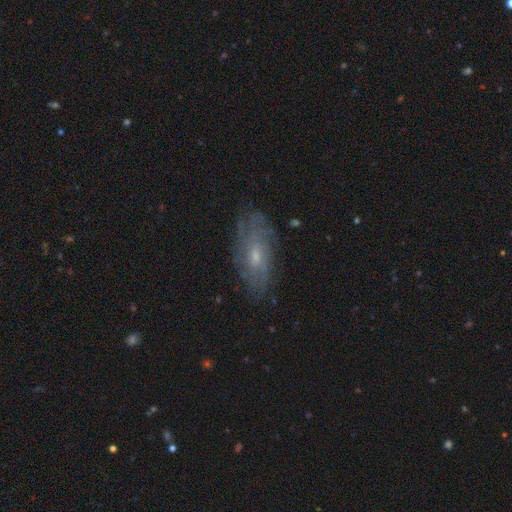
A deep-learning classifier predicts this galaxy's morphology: Smooth or featured: featured or disk — 65% (smooth — 26%)
Edge-on disk: no — 88% (yes — 12%)
Bar: no — 65% (weak — 30%)
Spiral arms: yes — 80% (no — 20%)
Bulge size: small — 57% (moderate — 38%)
Merging: none — 76% (minor disturbance — 17%)